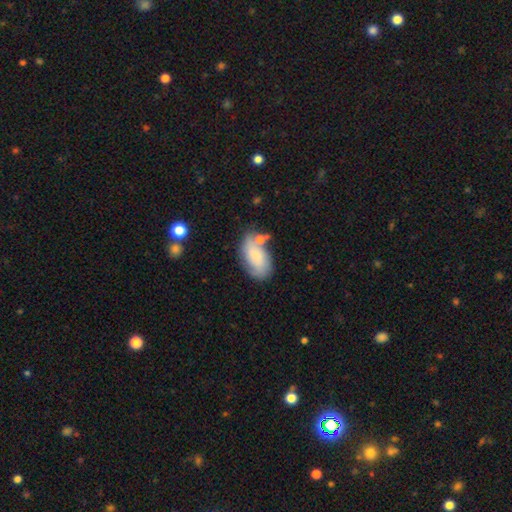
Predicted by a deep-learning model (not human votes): Smooth or featured: smooth — 56% (featured or disk — 36%)
How rounded: in between — 91% (round — 6%)
Merging: none — 52% (minor disturbance — 23%)